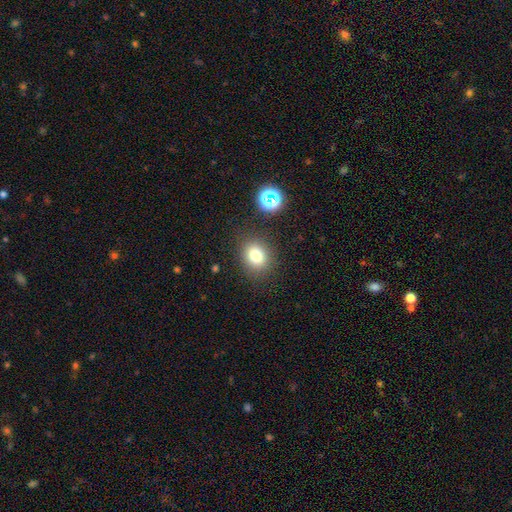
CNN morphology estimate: smooth_or_featured: smooth (p=0.77) [alt: star or artifact p=0.15]
how_rounded: round (p=0.69) [alt: in between p=0.30]
merging: none (p=0.85) [alt: minor disturbance p=0.09]